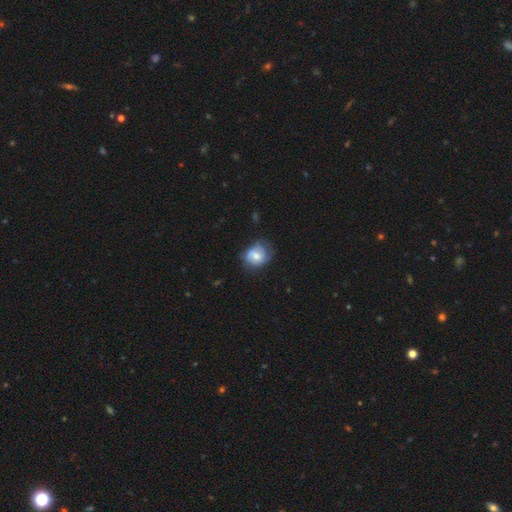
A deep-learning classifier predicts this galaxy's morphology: This is possibly a smooth galaxy (58%). How rounded: likely round (62%). Merging: possibly none (52%).